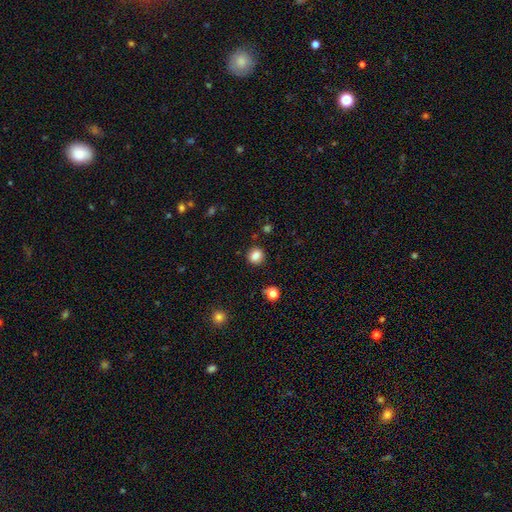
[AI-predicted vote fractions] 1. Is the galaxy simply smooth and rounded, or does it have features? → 84% smooth, 11% star or artifact, 5% featured or disk.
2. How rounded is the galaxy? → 83% round, 16% in between, 1% cigar-shaped.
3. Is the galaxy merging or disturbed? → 88% none, 7% minor disturbance, 2% major disturbance, 2% merger.